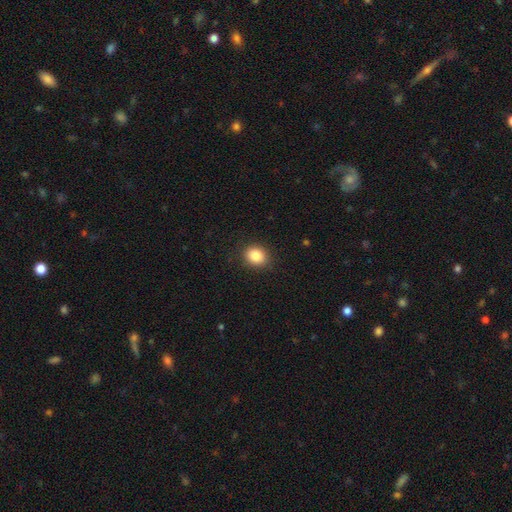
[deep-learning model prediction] Overall: smooth (85%). How rounded: round (70%). Merging: none (89%).